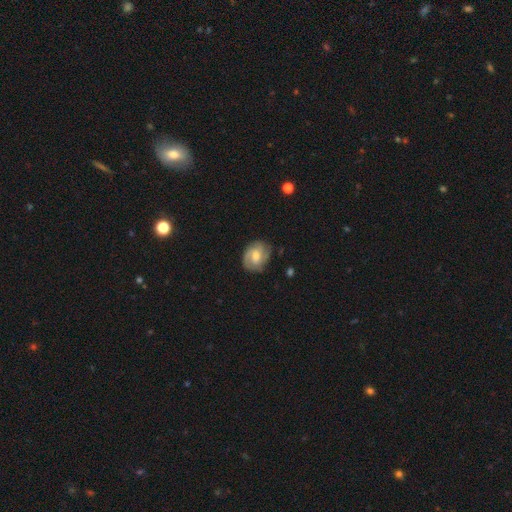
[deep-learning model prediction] Smooth or featured? featured or disk (63%)
Edge-on disk? no (97%)
Bar? weak (47%)
Spiral arms? yes (89%)
Spiral winding? tight (42%)
Spiral arm count? 2 (55%)
Bulge size? moderate (63%)
Merging? none (75%)